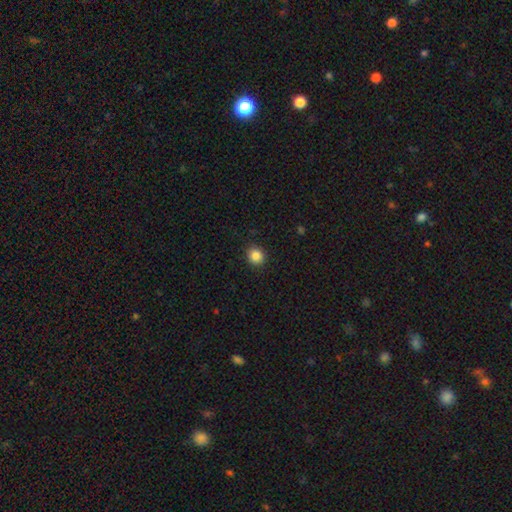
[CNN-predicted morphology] The model was most divided on "smooth or featured": smooth: 85%, star or artifact: 10%, featured or disk: 4%. More confident: merging — none (91%); how rounded — round (88%).